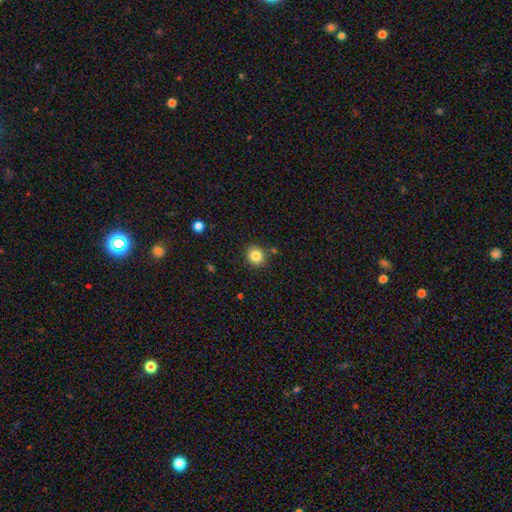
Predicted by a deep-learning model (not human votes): Morphology: type=smooth (84%); roundness=round (81%); merging=none (86%).